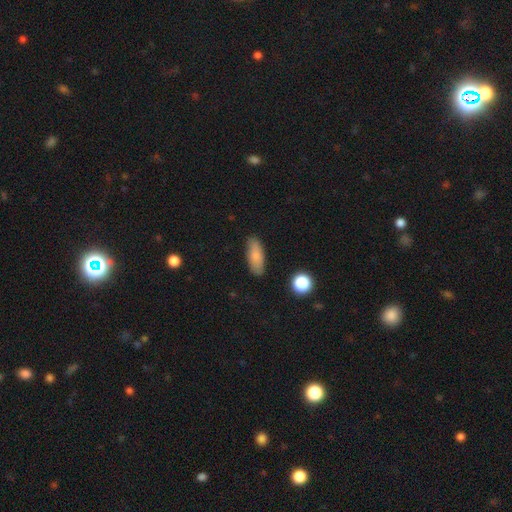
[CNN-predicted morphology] A smooth galaxy with no disk features (83%) that is in between round and cigar-shaped (69%). Merging: none (86%).